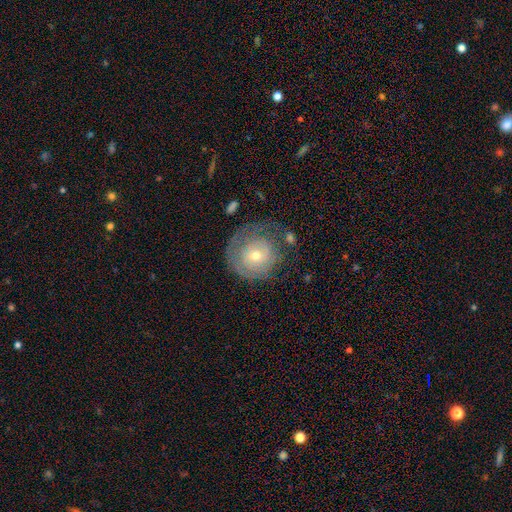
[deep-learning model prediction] A featured or disk galaxy (53%) with no bar (82%), spiral arms (62%) and a small central bulge (51%). Merging: none (57%).